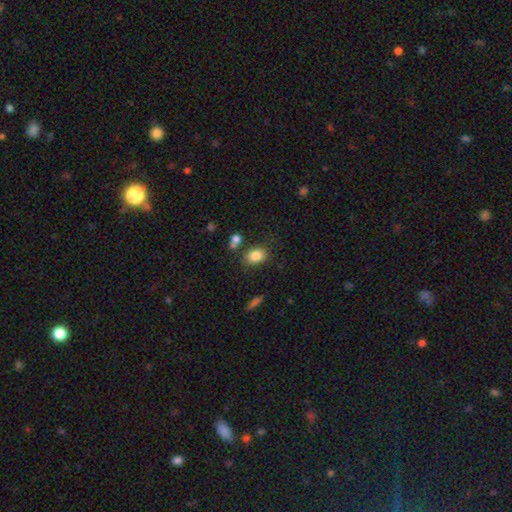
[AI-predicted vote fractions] smooth 84%, star or artifact 9%, featured or disk 7%. Down the decision tree: how rounded — in between (69%); merging — none (74%).